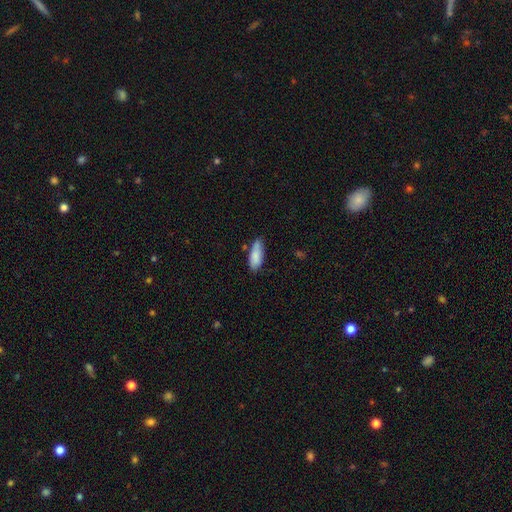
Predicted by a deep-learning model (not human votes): The model was most divided on "merging": none: 66%, minor disturbance: 25%, merger: 5%, major disturbance: 4%. More confident: smooth or featured — smooth (84%); how rounded — in between (72%).